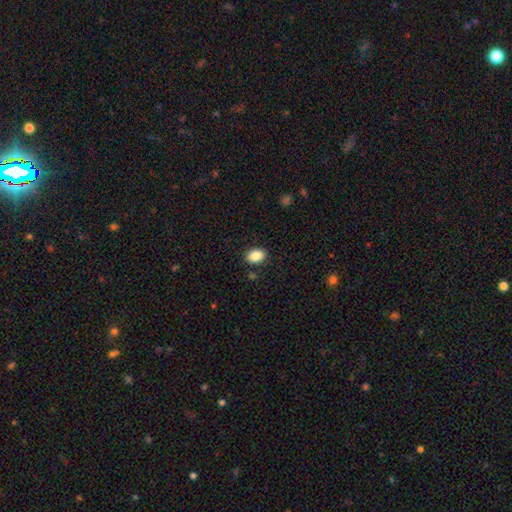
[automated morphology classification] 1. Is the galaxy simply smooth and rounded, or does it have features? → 87% smooth, 8% star or artifact, 5% featured or disk.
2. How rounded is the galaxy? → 82% in between, 17% round, 1% cigar-shaped.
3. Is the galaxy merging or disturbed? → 88% none, 8% minor disturbance, 2% major disturbance, 2% merger.